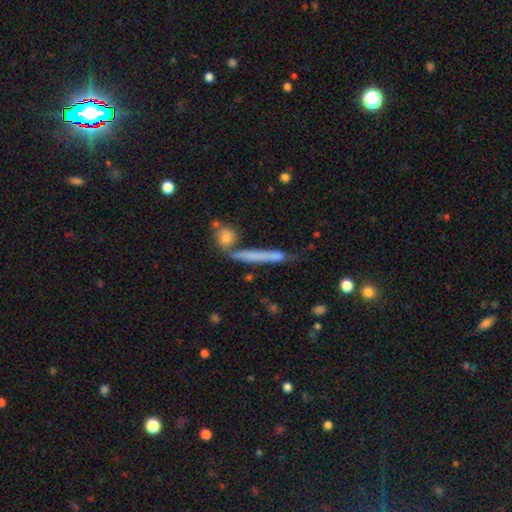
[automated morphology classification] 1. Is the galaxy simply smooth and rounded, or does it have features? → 58% smooth, 34% featured or disk, 8% star or artifact.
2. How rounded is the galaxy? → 91% cigar-shaped, 5% in between, 3% round.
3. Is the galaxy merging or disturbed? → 66% none, 15% minor disturbance, 14% merger, 5% major disturbance.